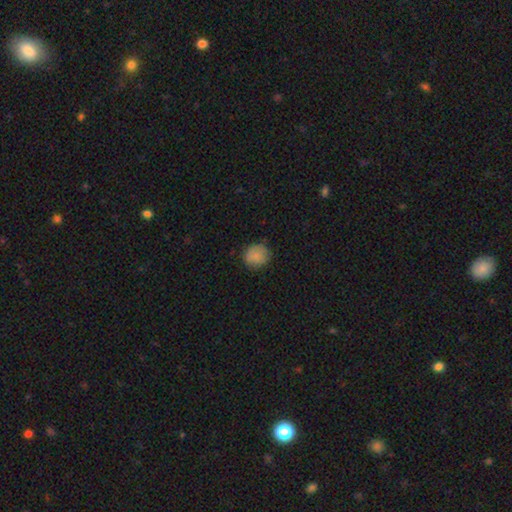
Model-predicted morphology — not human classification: The model was most divided on "merging": none: 78%, minor disturbance: 17%, major disturbance: 4%, merger: 1%. More confident: smooth or featured — smooth (83%); how rounded — round (81%).